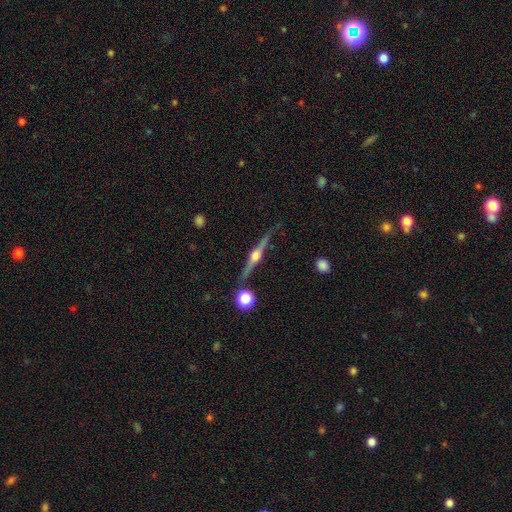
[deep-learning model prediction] This appears to be a featured or disk galaxy (83%) viewed edge-on (98%) with a rounded central bulge (95%). Merging: none (85%).